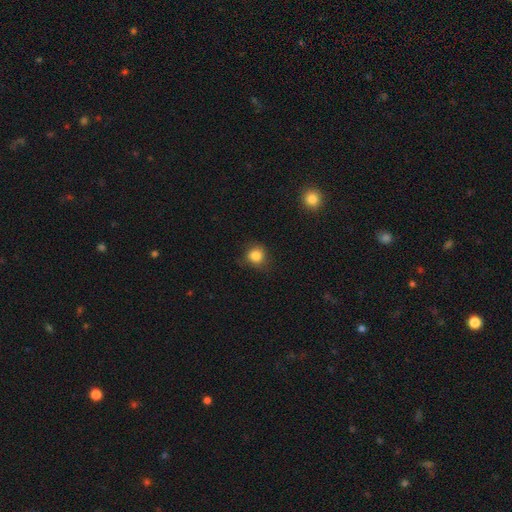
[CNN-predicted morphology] Smooth or featured? Predicted: smooth (p=0.84). How rounded? Predicted: round (p=0.86). Merging? Predicted: none (p=0.77).